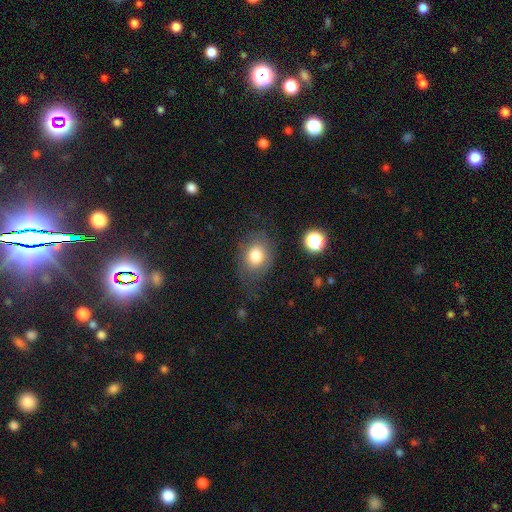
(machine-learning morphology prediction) Smooth or featured? smooth (77%)
How rounded? in between (55%)
Merging? none (65%)